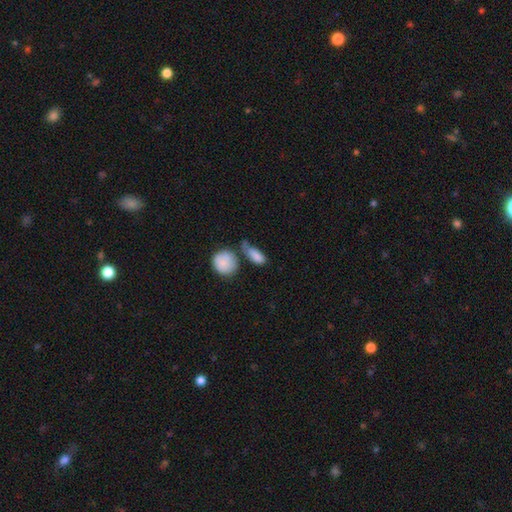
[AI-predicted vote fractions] Smooth or featured? Predicted: smooth (p=0.84). How rounded? Predicted: in between (p=0.76). Merging? Predicted: none (p=0.42).